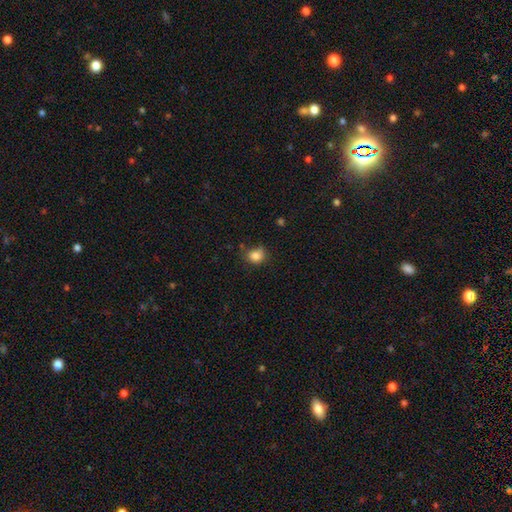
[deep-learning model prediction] Smooth or featured?
  - smooth: 84% *
  - star or artifact: 11%
  - featured or disk: 5%
How rounded?
  - round: 70% *
  - in between: 29%
  - cigar-shaped: 1%
Merging?
  - none: 64% *
  - minor disturbance: 25%
  - major disturbance: 6%
  - merger: 5%